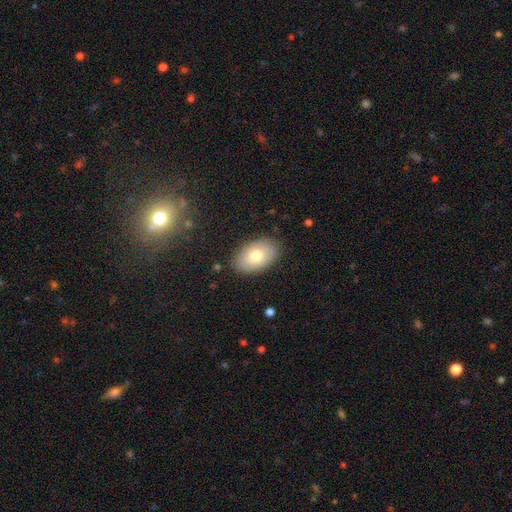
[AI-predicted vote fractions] The model was most divided on "smooth or featured": smooth: 77%, featured or disk: 16%, star or artifact: 7%. More confident: how rounded — in between (92%); merging — none (85%).